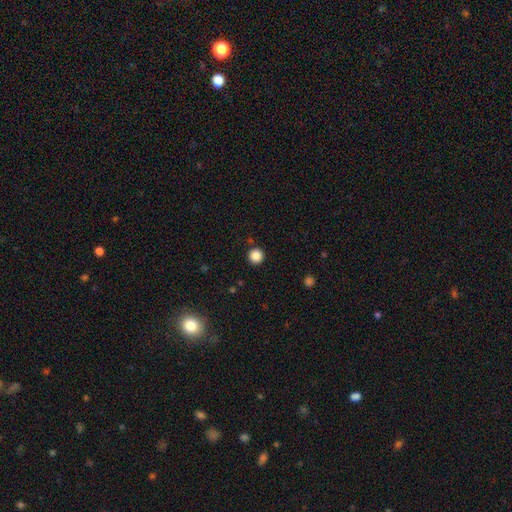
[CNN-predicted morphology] Smooth or featured: smooth — 86% (star or artifact — 11%)
How rounded: round — 96% (in between — 3%)
Merging: none — 92% (minor disturbance — 5%)